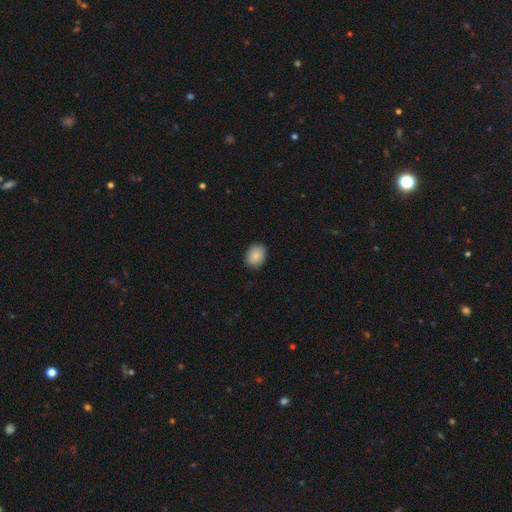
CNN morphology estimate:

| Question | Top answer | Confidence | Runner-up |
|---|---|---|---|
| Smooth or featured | smooth | 88% | star or artifact (8%) |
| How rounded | in between | 53% | round (46%) |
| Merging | none | 89% | minor disturbance (8%) |